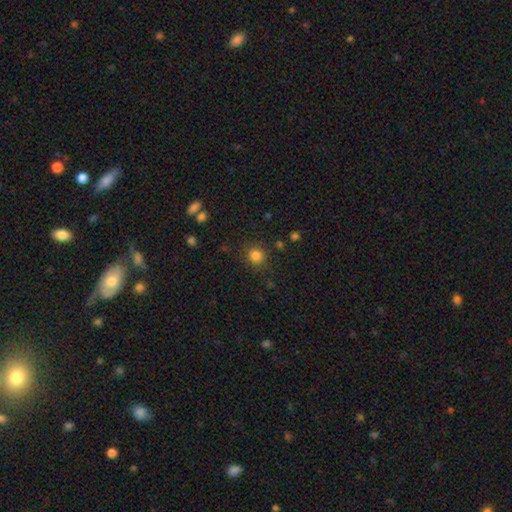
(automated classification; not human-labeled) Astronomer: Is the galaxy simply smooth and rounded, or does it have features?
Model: smooth — 83%.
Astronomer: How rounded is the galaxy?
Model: round — 90%.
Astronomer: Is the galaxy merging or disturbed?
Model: none — 86%.